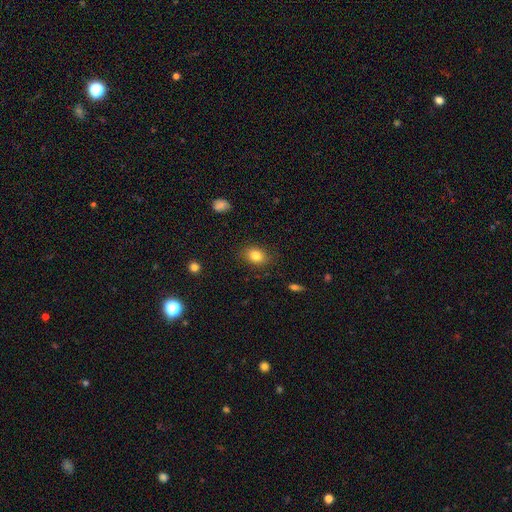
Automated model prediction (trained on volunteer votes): The model was most divided on "how rounded": in between: 67%, round: 32%, cigar-shaped: 1%. More confident: merging — none (84%); smooth or featured — smooth (81%).